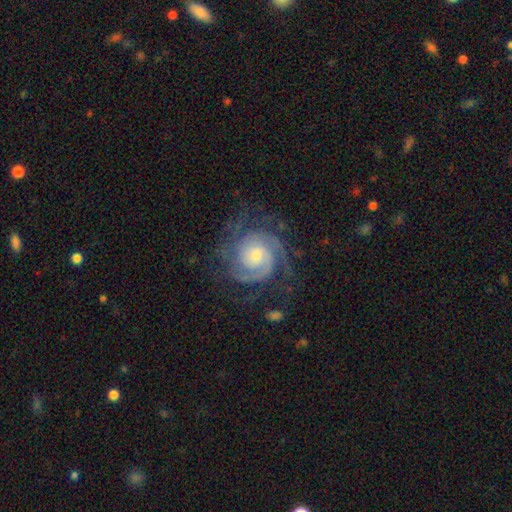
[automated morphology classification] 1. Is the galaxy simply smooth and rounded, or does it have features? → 89% featured or disk, 6% smooth, 5% star or artifact.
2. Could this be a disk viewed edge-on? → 98% no, 2% yes.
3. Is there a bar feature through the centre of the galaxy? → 72% no, 23% weak, 5% strong.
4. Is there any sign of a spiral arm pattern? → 98% yes, 2% no.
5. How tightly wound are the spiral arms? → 67% tight, 28% medium, 5% loose.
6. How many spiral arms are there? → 32% 2, 31% 3, 16% can't tell, 10% 4, 6% 1, 6% more than 4.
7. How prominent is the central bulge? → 49% small, 41% moderate, 6% large, 3% none, 1% dominant.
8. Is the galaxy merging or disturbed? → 72% none, 16% minor disturbance, 11% major disturbance, 1% merger.